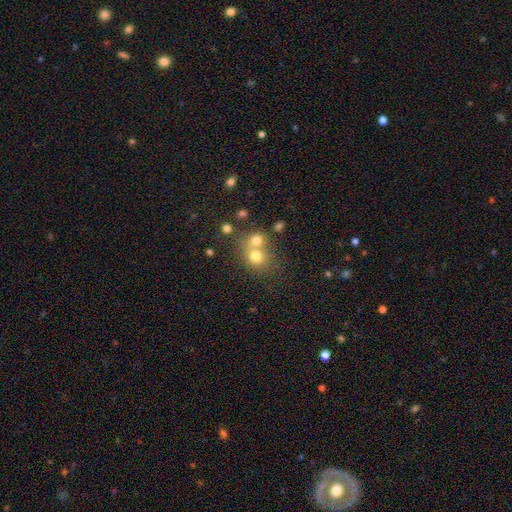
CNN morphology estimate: Smooth or featured? Predicted: smooth (p=0.71). How rounded? Predicted: round (p=0.76). Merging? Predicted: merger (p=0.53).